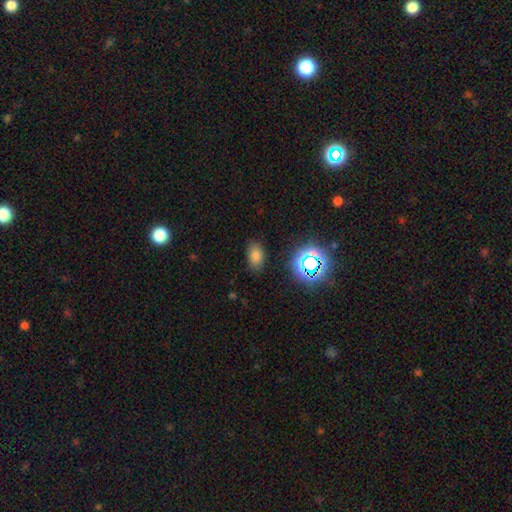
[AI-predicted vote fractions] This appears to be a smooth galaxy with no disk features (74%) that is in between round and cigar-shaped (87%). Merging: none (84%).